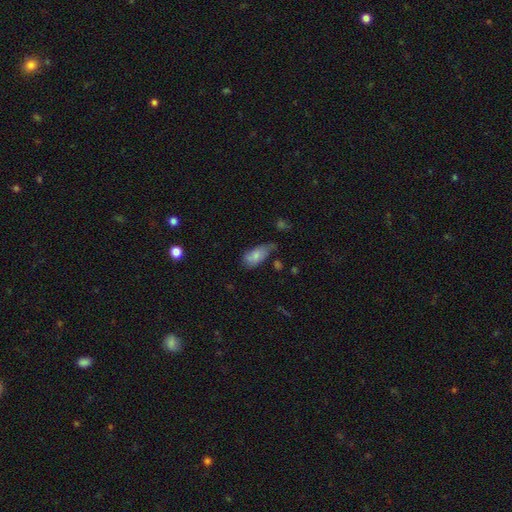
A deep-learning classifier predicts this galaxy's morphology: A smooth galaxy with no disk features (76%) that is in between round and cigar-shaped (90%).

Vote fractions:
- Smooth or featured? smooth: 76% / featured or disk: 16% / star or artifact: 8%
- How rounded? in between: 90% / cigar-shaped: 7% / round: 4%
- Merging? minor disturbance: 41% / none: 38% / major disturbance: 15% / merger: 6%